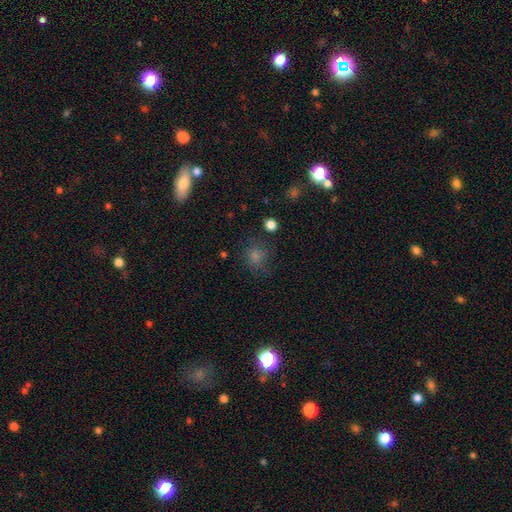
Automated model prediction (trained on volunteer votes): A smooth galaxy with no disk features (76%) that is round (80%). Merging: none (71%).